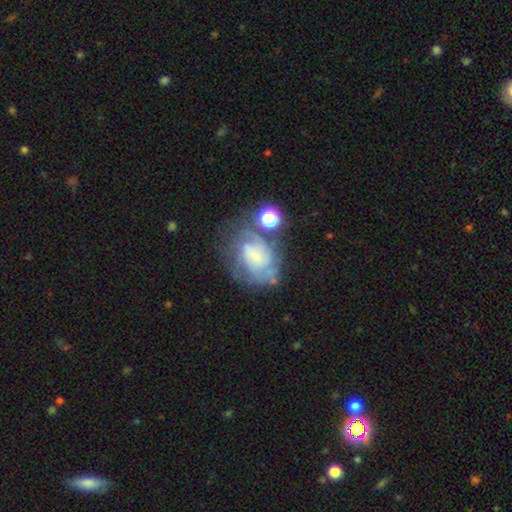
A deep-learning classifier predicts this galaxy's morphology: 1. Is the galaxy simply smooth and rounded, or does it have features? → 65% featured or disk, 24% smooth, 11% star or artifact.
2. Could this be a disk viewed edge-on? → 97% no, 3% yes.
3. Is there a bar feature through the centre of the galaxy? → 65% no, 29% weak, 6% strong.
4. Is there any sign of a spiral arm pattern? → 79% yes, 21% no.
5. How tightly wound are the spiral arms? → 51% tight, 35% medium, 14% loose.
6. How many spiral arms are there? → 48% can't tell, 21% 2, 15% 3, 6% 4, 6% 1, 4% more than 4.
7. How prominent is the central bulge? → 64% small, 17% moderate, 12% none, 5% large, 2% dominant.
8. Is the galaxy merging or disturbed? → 46% none, 22% minor disturbance, 19% major disturbance, 13% merger.